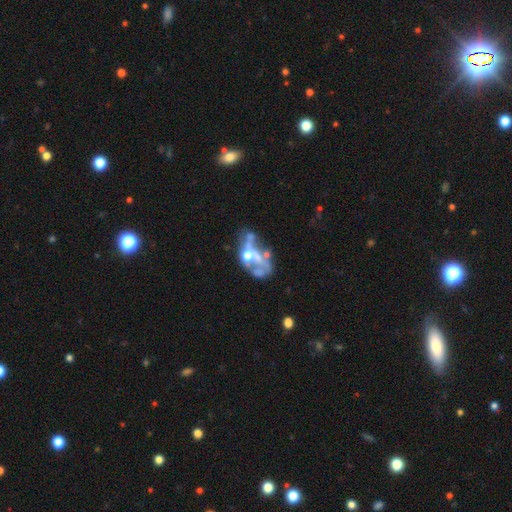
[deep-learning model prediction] Smooth or featured: featured or disk — 67% (smooth — 18%)
Edge-on disk: no — 96% (yes — 4%)
Bar: no — 84% (weak — 12%)
Spiral arms: no — 81% (yes — 19%)
Bulge size: moderate — 51% (small — 20%)
Merging: major disturbance — 33% (merger — 32%)